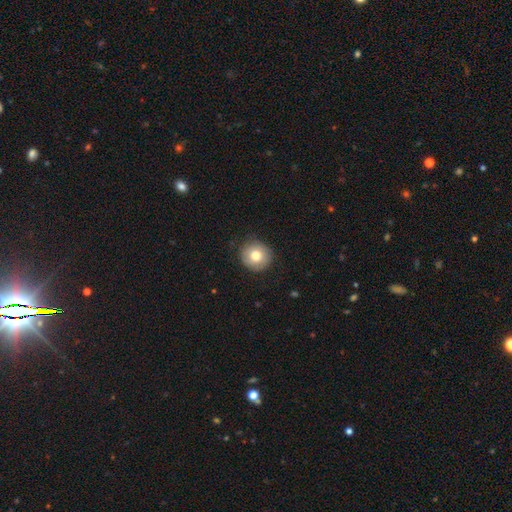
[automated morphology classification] A smooth galaxy with no disk features (75%) that is round (92%). Merging: none (85%).